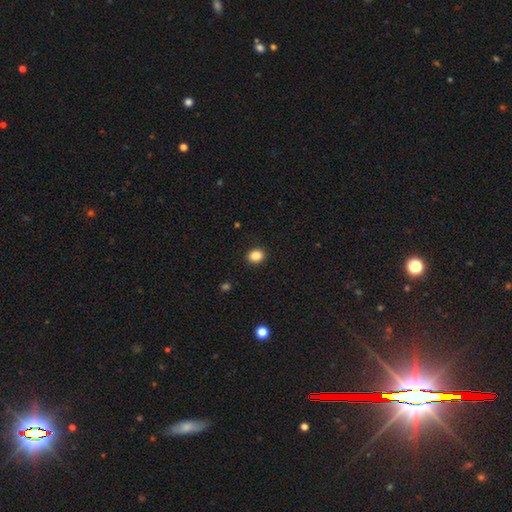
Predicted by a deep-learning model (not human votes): Smooth or featured: smooth — 86% (star or artifact — 10%)
How rounded: round — 67% (in between — 32%)
Merging: none — 92% (minor disturbance — 6%)